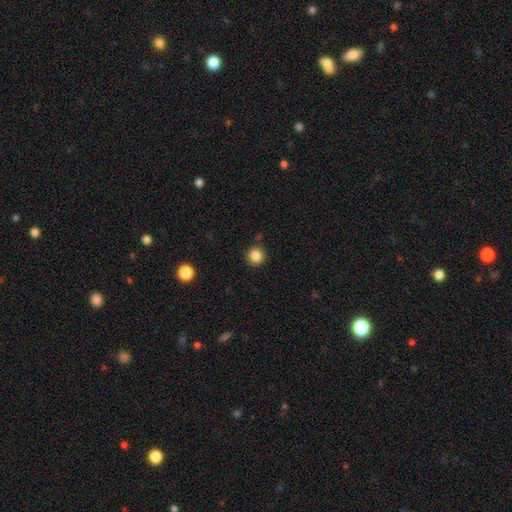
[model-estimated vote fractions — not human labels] Smooth or featured?
  - smooth: 85% *
  - star or artifact: 11%
  - featured or disk: 4%
How rounded?
  - round: 93% *
  - in between: 6%
  - cigar-shaped: 1%
Merging?
  - none: 88% *
  - minor disturbance: 8%
  - merger: 2%
  - major disturbance: 2%